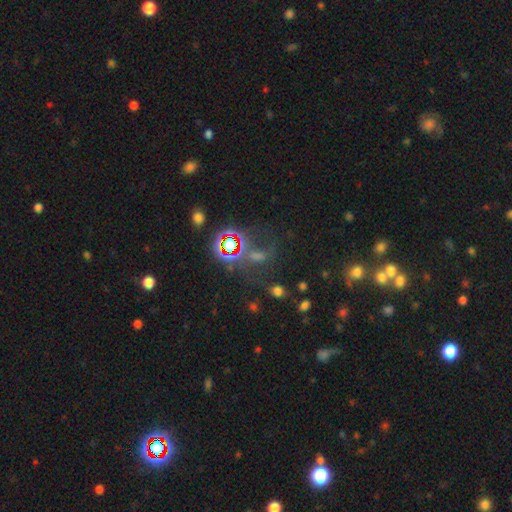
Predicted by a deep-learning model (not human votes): The model was most divided on "smooth or featured": star or artifact: 64%, smooth: 22%, featured or disk: 15%.